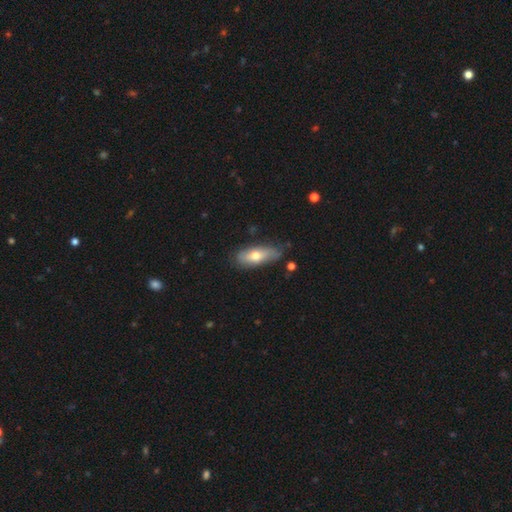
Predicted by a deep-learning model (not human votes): Smooth or featured? Predicted: smooth (p=0.61). How rounded? Predicted: in between (p=0.73). Merging? Predicted: none (p=0.67).